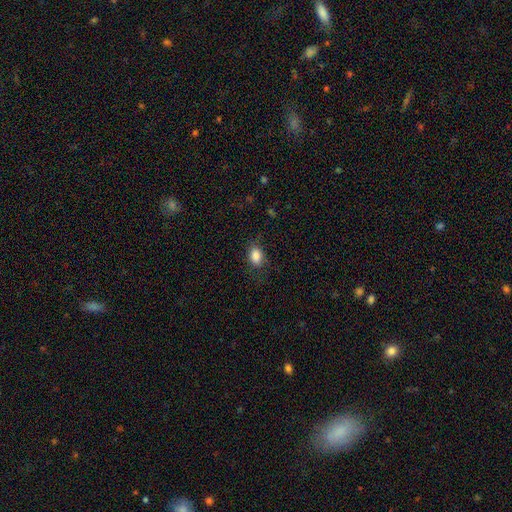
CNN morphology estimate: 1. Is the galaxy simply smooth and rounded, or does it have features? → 86% smooth, 9% star or artifact, 5% featured or disk.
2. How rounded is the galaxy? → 76% in between, 22% round, 1% cigar-shaped.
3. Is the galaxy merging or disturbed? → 79% none, 15% minor disturbance, 5% major disturbance, 1% merger.